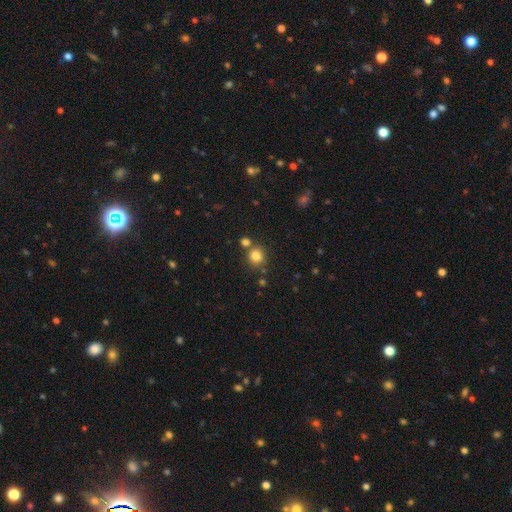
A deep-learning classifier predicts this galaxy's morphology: Q: Smooth or featured?
A: smooth (82%); runner-up: star or artifact (12%)
Q: How rounded?
A: round (82%); runner-up: in between (17%)
Q: Merging?
A: none (69%); runner-up: merger (17%)